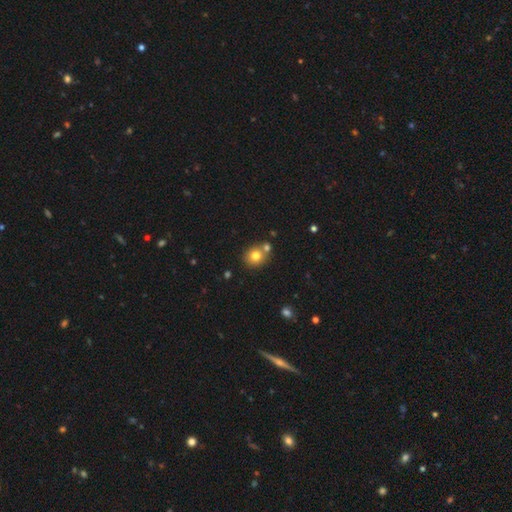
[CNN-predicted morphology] Q: Smooth or featured?
A: smooth (77%); runner-up: star or artifact (12%)
Q: How rounded?
A: round (82%); runner-up: in between (17%)
Q: Merging?
A: none (64%); runner-up: merger (25%)